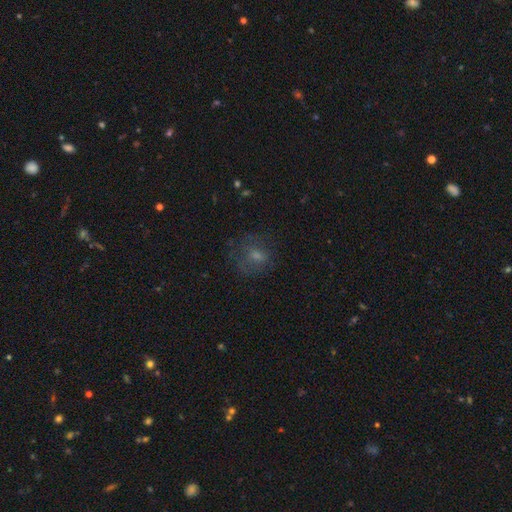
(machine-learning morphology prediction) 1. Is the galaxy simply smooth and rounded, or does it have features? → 54% smooth, 29% featured or disk, 17% star or artifact.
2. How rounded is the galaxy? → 62% round, 36% in between, 2% cigar-shaped.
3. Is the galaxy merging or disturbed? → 58% none, 21% major disturbance, 20% minor disturbance, 2% merger.